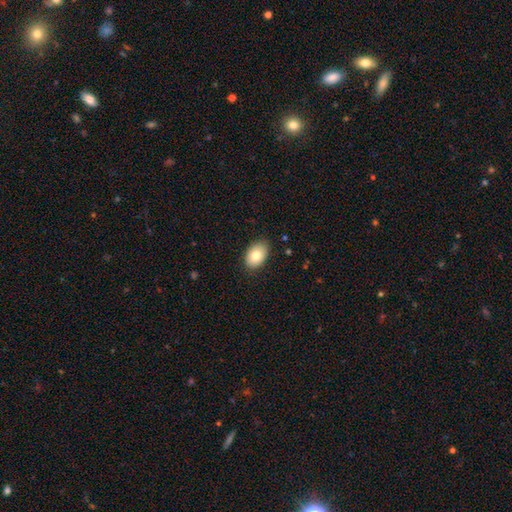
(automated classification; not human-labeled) Smooth or featured: smooth — 79% (featured or disk — 14%)
How rounded: in between — 87% (round — 12%)
Merging: none — 84% (minor disturbance — 12%)